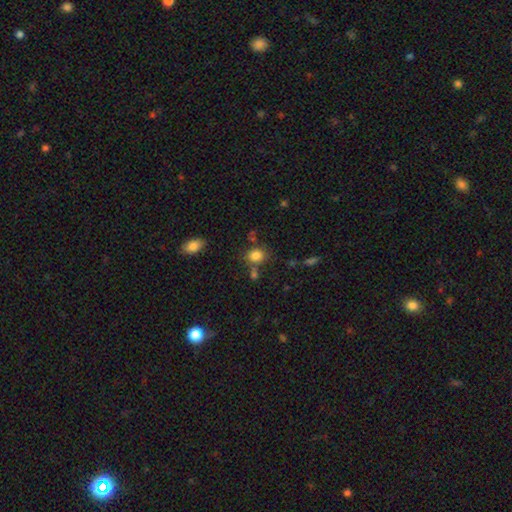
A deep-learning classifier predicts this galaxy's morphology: Q: Smooth or featured?
A: smooth (83%); runner-up: star or artifact (11%)
Q: How rounded?
A: round (54%); runner-up: in between (45%)
Q: Merging?
A: none (68%); runner-up: minor disturbance (14%)